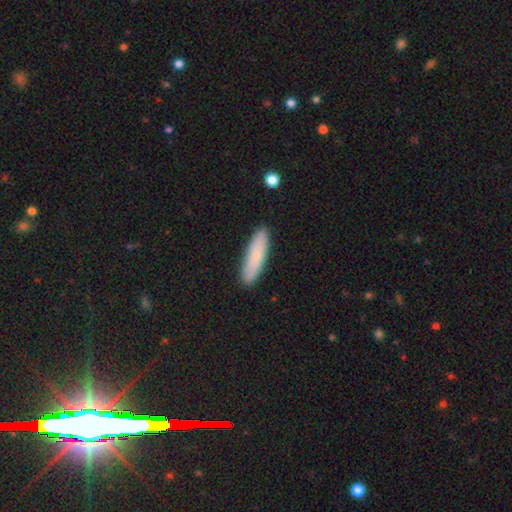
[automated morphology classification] smooth-or-featured: smooth: 76% | featured or disk: 18% | star or artifact: 6%
  how-rounded: cigar-shaped: 71% | in between: 27% | round: 2%
  merging: none: 89% | minor disturbance: 8% | major disturbance: 2% | merger: 1%